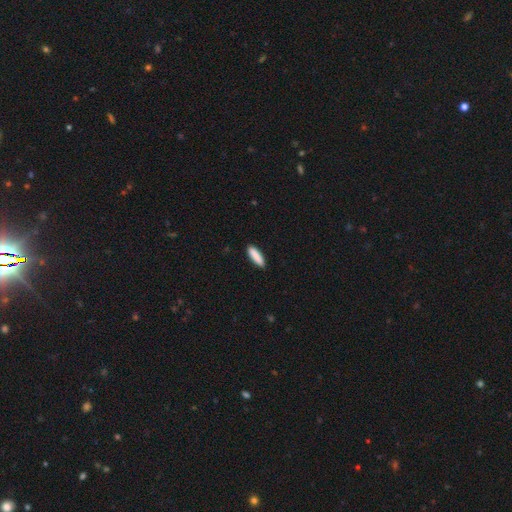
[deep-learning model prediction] This is clearly a smooth galaxy (88%). How rounded: likely cigar-shaped (67%). Merging: clearly none (89%).